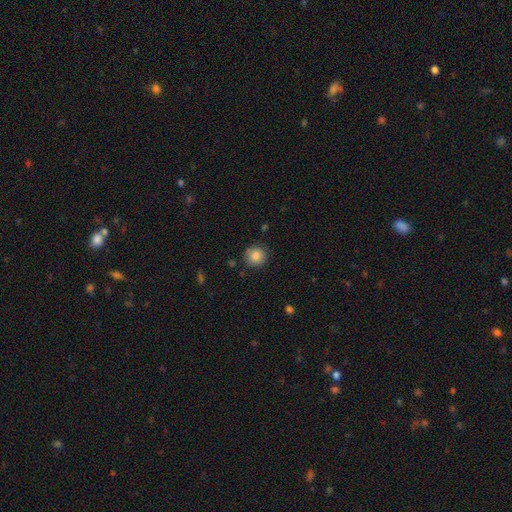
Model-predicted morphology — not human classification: smooth-or-featured: smooth: 85% | star or artifact: 9% | featured or disk: 5%
  how-rounded: round: 94% | in between: 5% | cigar-shaped: 1%
  merging: none: 86% | minor disturbance: 9% | major disturbance: 2% | merger: 2%